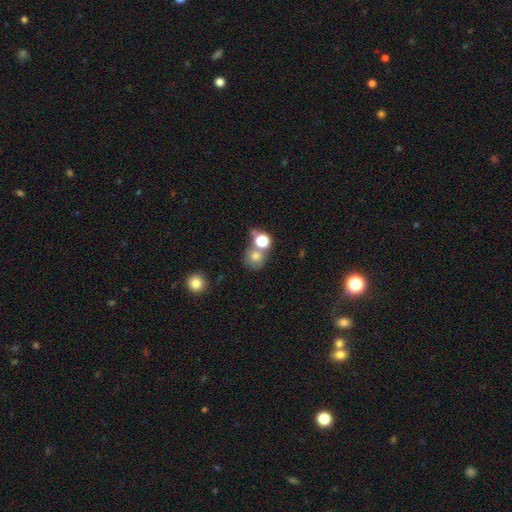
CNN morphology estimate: Smooth or featured: smooth — 73% (star or artifact — 15%)
How rounded: round — 79% (in between — 20%)
Merging: none — 42% (merger — 40%)